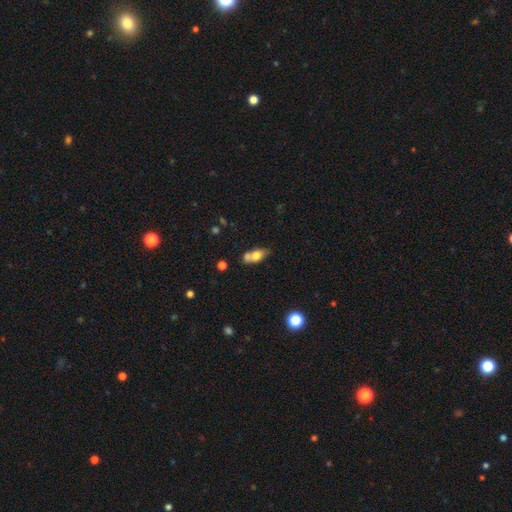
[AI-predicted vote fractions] smooth-or-featured: smooth: 67% | featured or disk: 24% | star or artifact: 9%
  how-rounded: in between: 77% | cigar-shaped: 12% | round: 11%
  merging: none: 41% | merger: 38% | minor disturbance: 15% | major disturbance: 6%